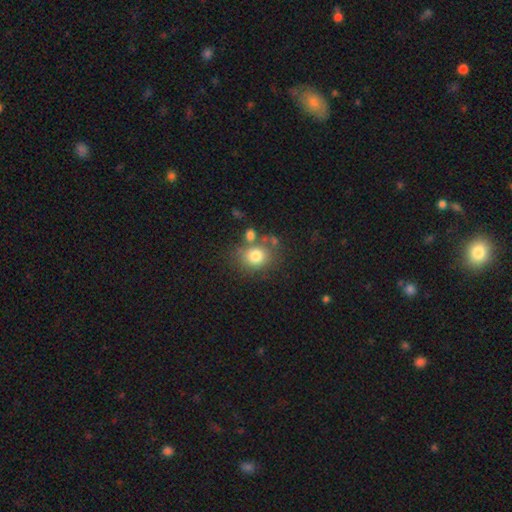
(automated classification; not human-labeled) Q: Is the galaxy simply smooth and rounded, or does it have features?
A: smooth — 78%.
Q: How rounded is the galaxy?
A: round — 70%.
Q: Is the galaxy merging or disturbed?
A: none — 61%.